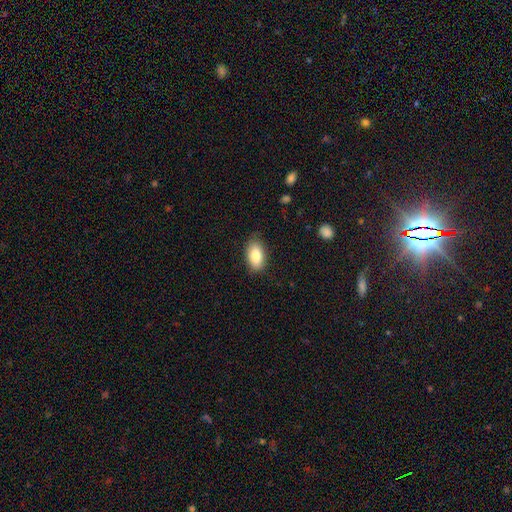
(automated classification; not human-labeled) Q: Smooth or featured?
A: smooth (84%); runner-up: featured or disk (9%)
Q: How rounded?
A: in between (92%); runner-up: round (5%)
Q: Merging?
A: none (83%); runner-up: minor disturbance (14%)